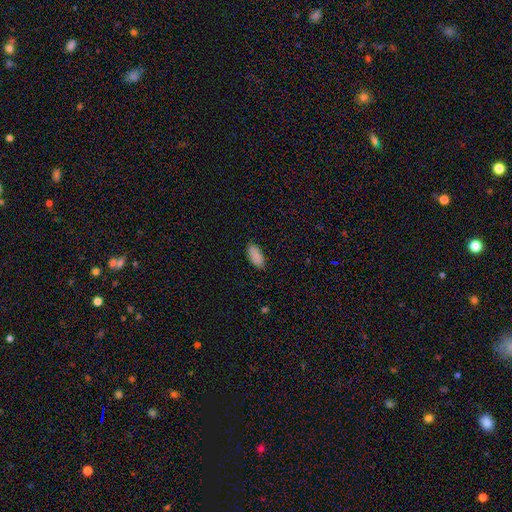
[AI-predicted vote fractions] Smooth or featured: smooth — 88% (star or artifact — 8%)
How rounded: in between — 92% (cigar-shaped — 6%)
Merging: none — 85% (minor disturbance — 11%)